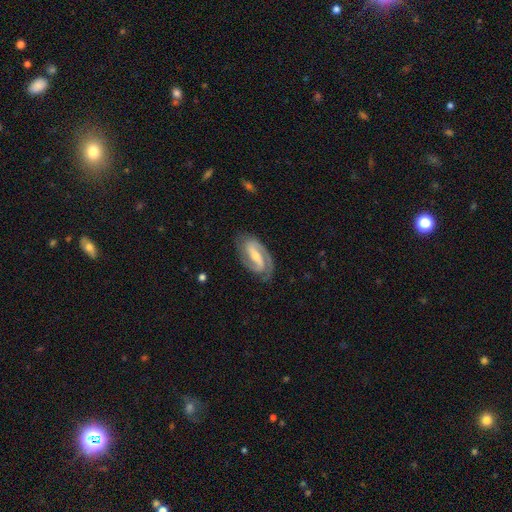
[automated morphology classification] Smooth or featured?
  - featured or disk: 88% *
  - smooth: 7%
  - star or artifact: 4%
Edge-on disk?
  - no: 96% *
  - yes: 4%
Bar?
  - strong: 50% *
  - weak: 35%
  - no: 15%
Spiral arms?
  - yes: 97% *
  - no: 3%
Spiral winding?
  - medium: 45% *
  - tight: 41%
  - loose: 13%
Spiral arm count?
  - 2: 89% *
  - 1: 4%
  - can't tell: 4%
  - 3: 2%
  - 4: 1%
  - more than 4: 1%
Bulge size?
  - small: 50% *
  - moderate: 43%
  - none: 4%
  - large: 3%
  - dominant: 1%
Merging?
  - none: 81% *
  - minor disturbance: 14%
  - major disturbance: 4%
  - merger: 1%